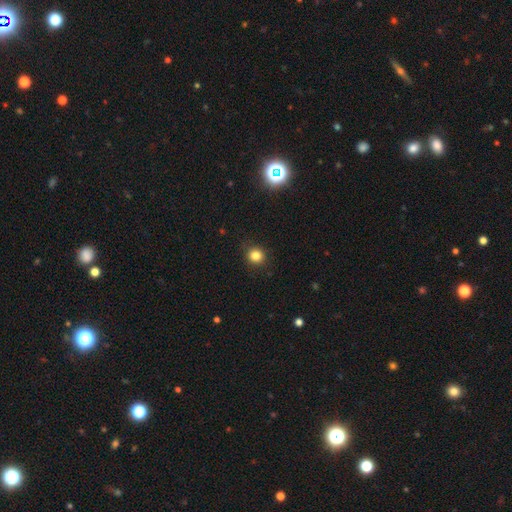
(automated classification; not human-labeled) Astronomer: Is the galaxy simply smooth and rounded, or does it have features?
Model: smooth — 82%.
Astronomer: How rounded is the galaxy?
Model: round — 89%.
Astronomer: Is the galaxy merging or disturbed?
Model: none — 88%.